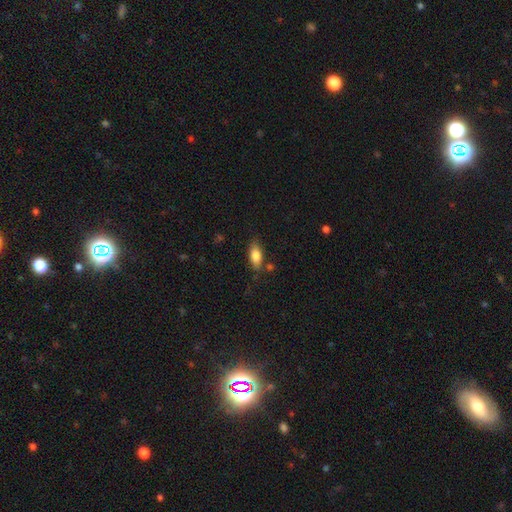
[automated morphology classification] This appears to be a smooth galaxy with no disk features (80%) that is in between round and cigar-shaped (83%). Merging: none (74%).